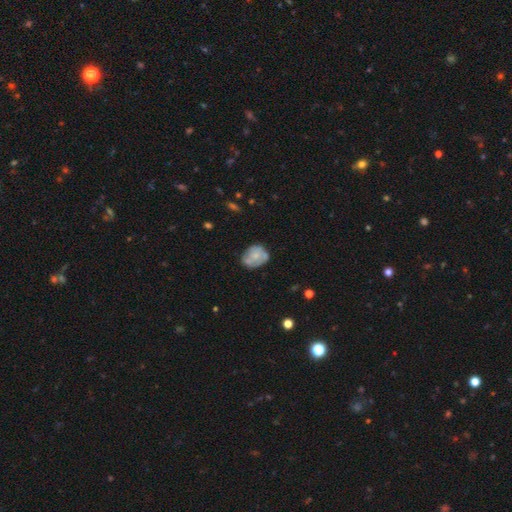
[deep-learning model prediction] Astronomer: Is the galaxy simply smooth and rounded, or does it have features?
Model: featured or disk — 50% (runner-up: smooth, 43%).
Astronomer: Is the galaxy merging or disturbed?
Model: none — 60%.